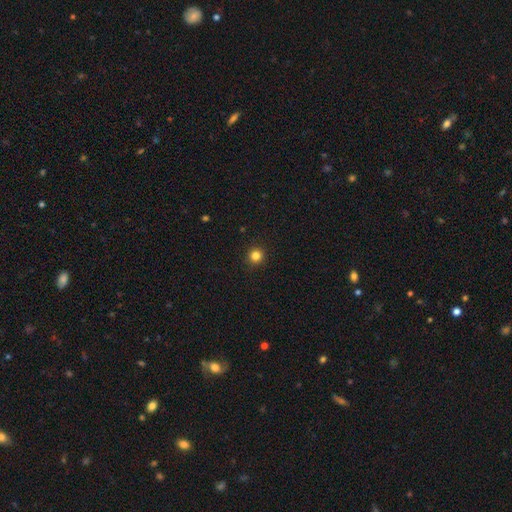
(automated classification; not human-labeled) A smooth galaxy with no disk features (83%) that is round (94%). Merging: none (93%).